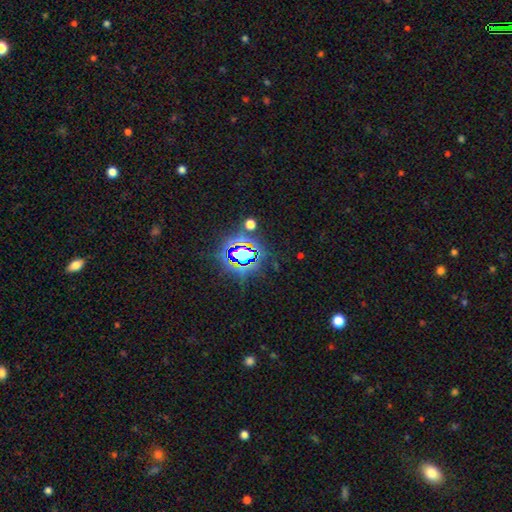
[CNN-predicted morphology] Smooth or featured?
  - star or artifact: 83% *
  - smooth: 10%
  - featured or disk: 7%